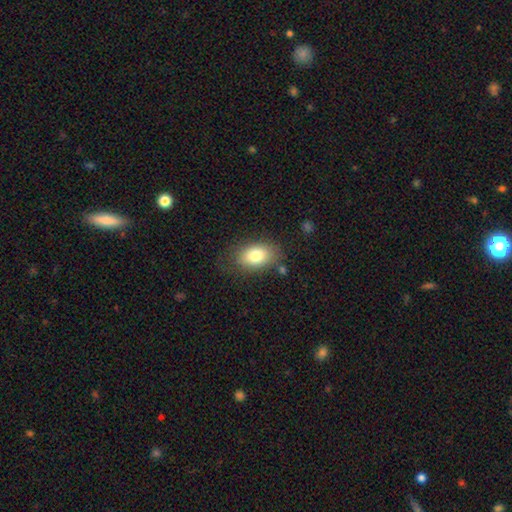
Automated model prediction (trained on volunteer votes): This appears to be a smooth galaxy with no disk features (80%) that is in between round and cigar-shaped (86%). Merging: none (73%).